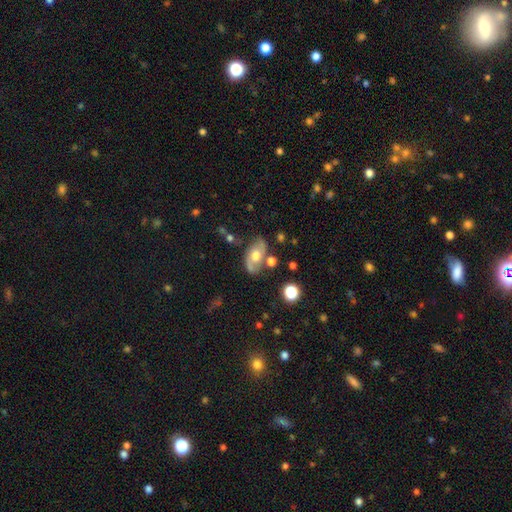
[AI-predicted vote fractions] Smooth or featured?
  - featured or disk: 58% *
  - smooth: 34%
  - star or artifact: 8%
Edge-on disk?
  - no: 92% *
  - yes: 8%
Bar?
  - no: 71% *
  - weak: 24%
  - strong: 6%
Spiral arms?
  - yes: 71% *
  - no: 29%
Bulge size?
  - moderate: 65% *
  - large: 23%
  - small: 9%
  - none: 2%
  - dominant: 2%
Merging?
  - none: 66% *
  - minor disturbance: 19%
  - merger: 8%
  - major disturbance: 7%